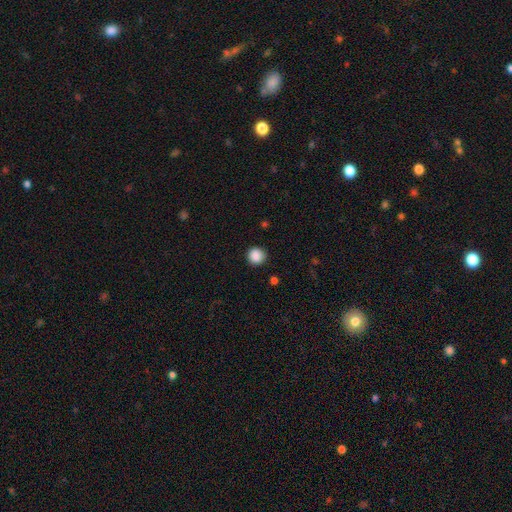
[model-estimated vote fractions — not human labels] A smooth galaxy with no disk features (88%) that is round (92%).

Vote fractions:
- Smooth or featured? smooth: 88% / star or artifact: 9% / featured or disk: 3%
- How rounded? round: 92% / in between: 7% / cigar-shaped: 1%
- Merging? none: 88% / minor disturbance: 9% / major disturbance: 2% / merger: 1%